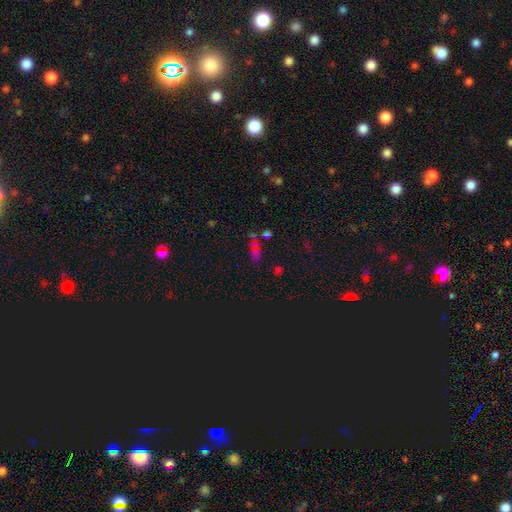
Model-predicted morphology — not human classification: star or artifact 51%, smooth 39%, featured or disk 9%.